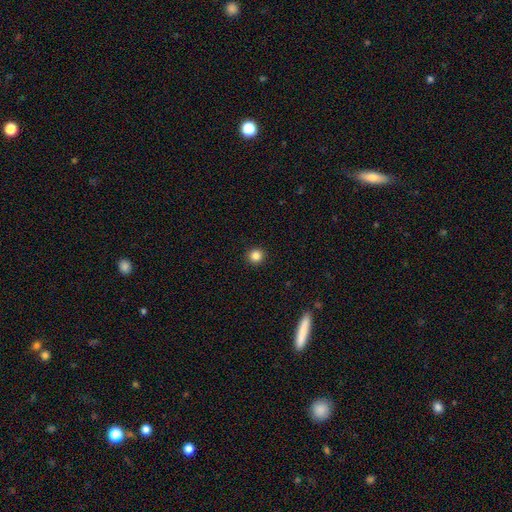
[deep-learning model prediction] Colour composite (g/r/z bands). It shows a smooth galaxy with no disk features (84%) that is round (95%). Merging: none (93%).